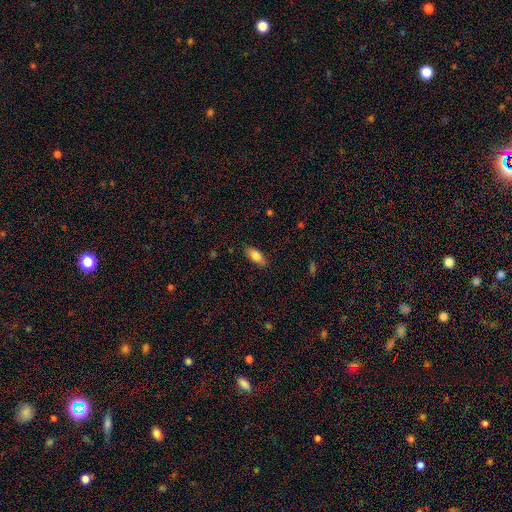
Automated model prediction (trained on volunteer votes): This is clearly a smooth galaxy (82%). How rounded: clearly in between (82%). Merging: clearly none (82%).